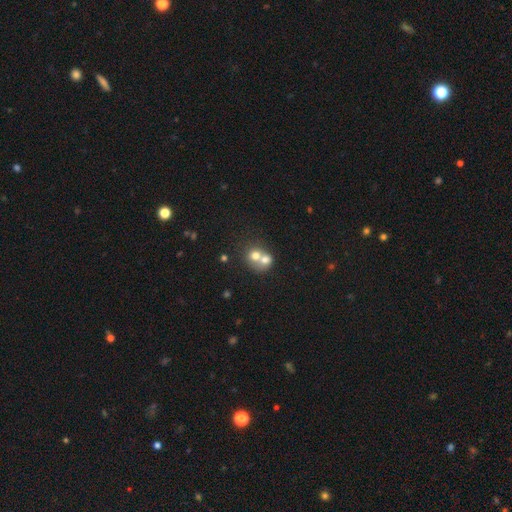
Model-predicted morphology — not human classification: type=smooth (66%); roundness=round (71%); merging=merger (71%).